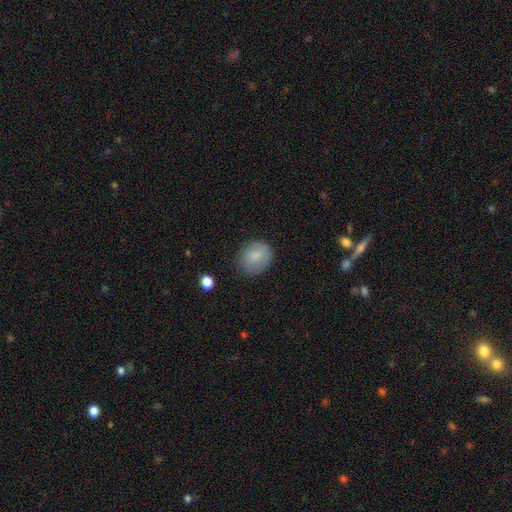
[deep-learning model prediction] Q: Smooth or featured?
A: smooth (82%); runner-up: featured or disk (10%)
Q: How rounded?
A: round (72%); runner-up: in between (27%)
Q: Merging?
A: none (76%); runner-up: minor disturbance (17%)